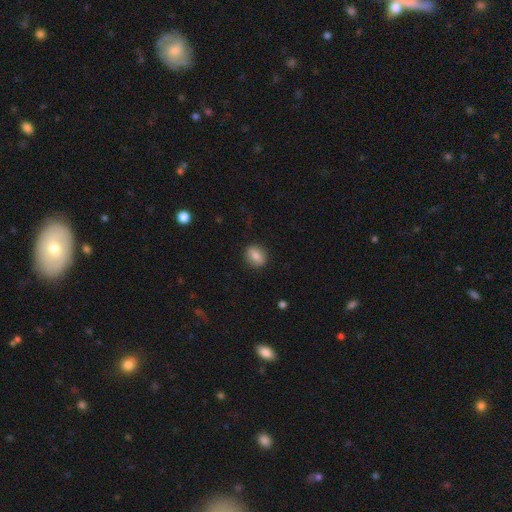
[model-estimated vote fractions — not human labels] smooth_or_featured: smooth (p=0.80) [alt: featured or disk p=0.12]
how_rounded: in between (p=0.51) [alt: round p=0.47]
merging: none (p=0.88) [alt: minor disturbance p=0.09]